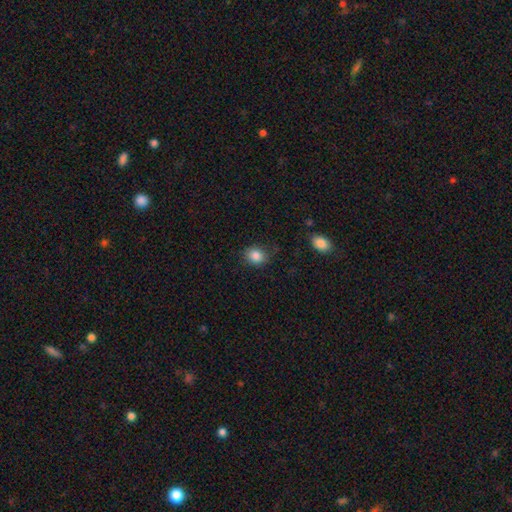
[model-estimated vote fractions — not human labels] This appears to be a smooth galaxy with no disk features (86%) that is round (54%). Merging: none (82%).